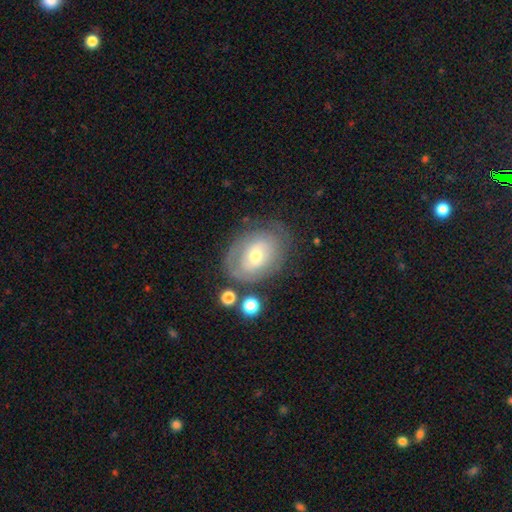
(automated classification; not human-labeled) Q: Smooth or featured?
A: featured or disk (57%); runner-up: smooth (35%)
Q: Edge-on disk?
A: no (94%); runner-up: yes (6%)
Q: Bar?
A: no (66%); runner-up: weak (27%)
Q: Spiral arms?
A: yes (54%); runner-up: no (46%)
Q: Bulge size?
A: moderate (56%); runner-up: small (38%)
Q: Merging?
A: none (65%); runner-up: minor disturbance (21%)